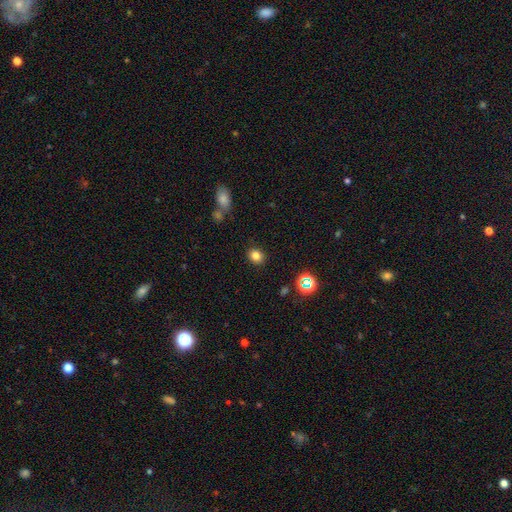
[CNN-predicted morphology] This appears to be a smooth galaxy with no disk features (80%) that is round (62%). Merging: none (87%).